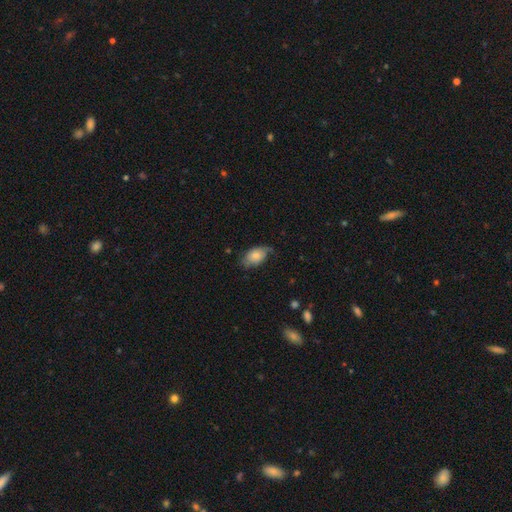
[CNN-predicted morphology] A smooth galaxy with no disk features (73%) that is in between round and cigar-shaped (91%). Merging: none (52%).